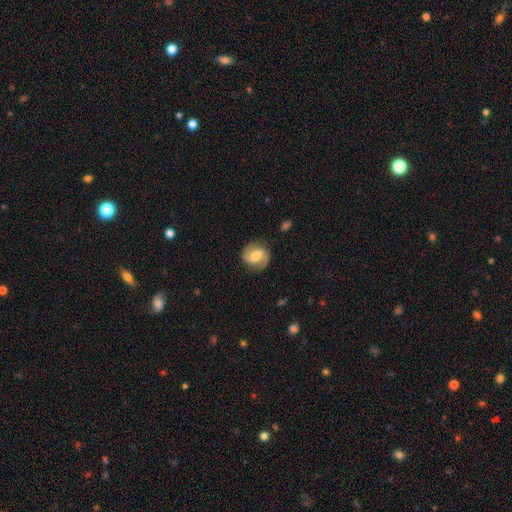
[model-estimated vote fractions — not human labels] Overall: featured or disk (63%; smooth 30%). Edge-on disk: no (97%). Bar: weak (44%; no 34%). Spiral arms: yes (90%). Spiral arm count: 2 (89%). Spiral winding: medium (45%; tight 29%). Bulge size: moderate (57%; small 33%). Merging: none (83%).